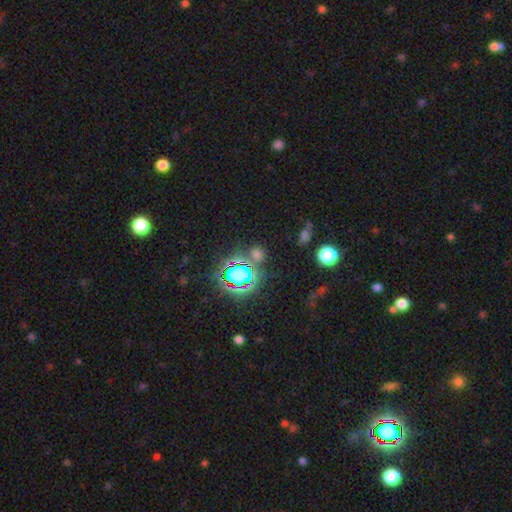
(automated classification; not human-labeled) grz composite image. It shows a star or artifact, not a galaxy (59%).